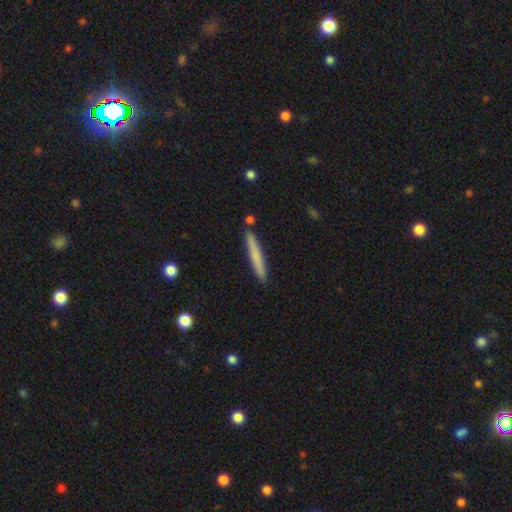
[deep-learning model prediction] A smooth galaxy with no disk features (69%) that is cigar-shaped (96%).

Vote fractions:
- Smooth or featured? smooth: 69% / featured or disk: 26% / star or artifact: 5%
- How rounded? cigar-shaped: 96% / in between: 3% / round: 1%
- Merging? none: 89% / minor disturbance: 7% / merger: 2% / major disturbance: 1%